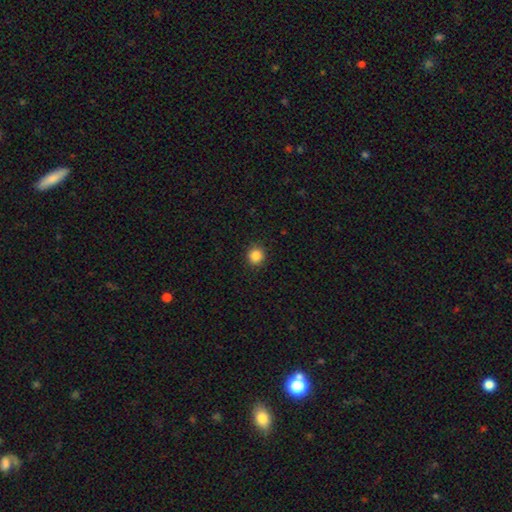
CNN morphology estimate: Smooth or featured?
  - smooth: 86% *
  - star or artifact: 11%
  - featured or disk: 3%
How rounded?
  - round: 92% *
  - in between: 7%
  - cigar-shaped: 1%
Merging?
  - none: 92% *
  - minor disturbance: 5%
  - major disturbance: 2%
  - merger: 1%